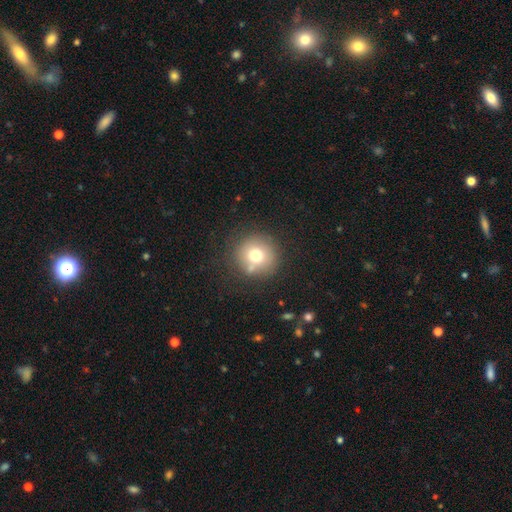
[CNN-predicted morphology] Overall: smooth (71%). How rounded: round (93%). Merging: none (78%).